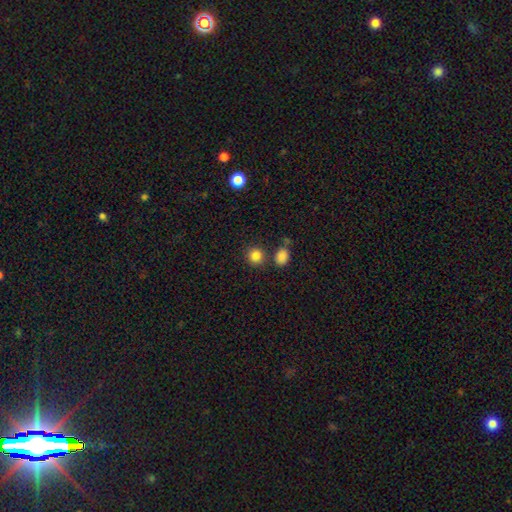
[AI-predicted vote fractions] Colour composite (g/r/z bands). It shows a smooth galaxy with no disk features (85%) that is round (86%). Merging: none (78%).